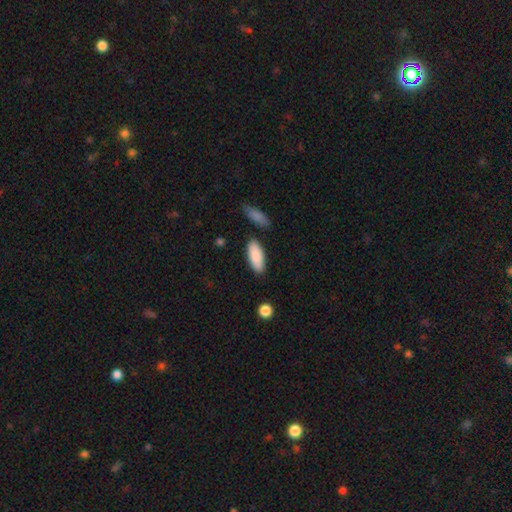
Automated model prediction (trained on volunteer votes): smooth_or_featured: smooth (p=0.87) [alt: featured or disk p=0.07]
how_rounded: in between (p=0.82) [alt: cigar-shaped p=0.16]
merging: none (p=0.83) [alt: minor disturbance p=0.11]